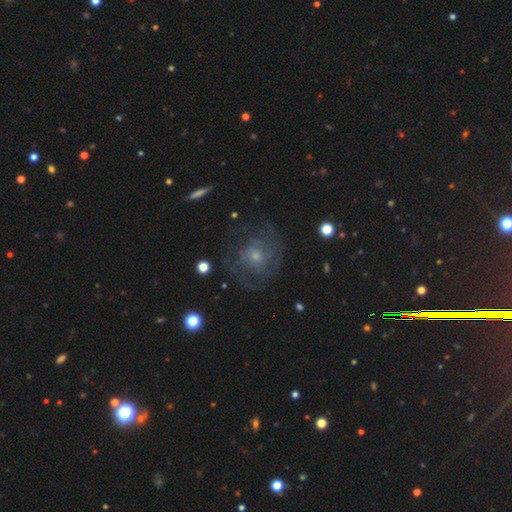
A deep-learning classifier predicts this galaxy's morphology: Smooth or featured? featured or disk (68%)
Edge-on disk? no (97%)
Bar? no (78%)
Spiral arms? yes (76%)
Bulge size? small (53%)
Merging? none (65%)